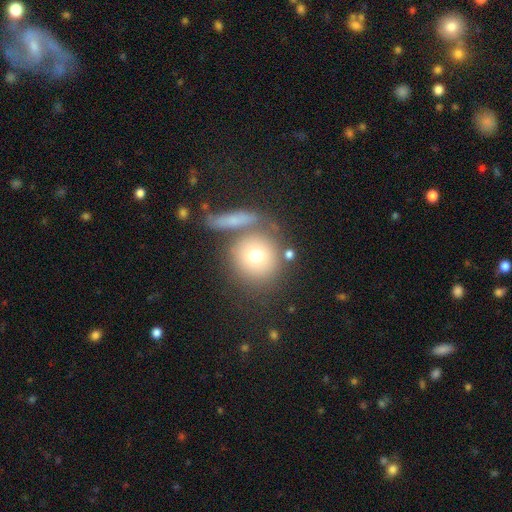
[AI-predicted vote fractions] Smooth or featured?
  - smooth: 70% *
  - featured or disk: 19%
  - star or artifact: 11%
How rounded?
  - round: 90% *
  - in between: 8%
  - cigar-shaped: 1%
Merging?
  - none: 65% *
  - merger: 17%
  - minor disturbance: 12%
  - major disturbance: 6%